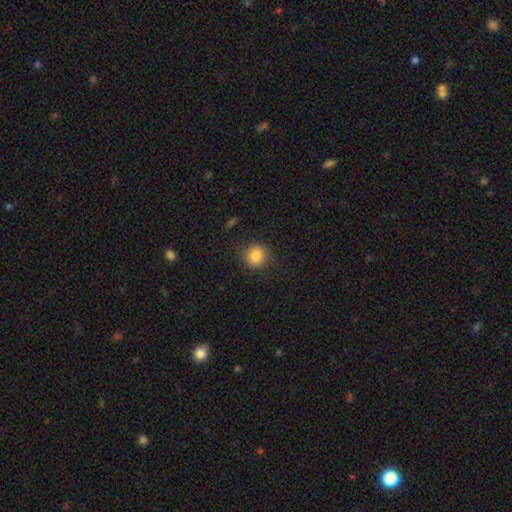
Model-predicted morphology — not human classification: Smooth or featured? Predicted: smooth (p=0.83). How rounded? Predicted: round (p=0.90). Merging? Predicted: none (p=0.86).